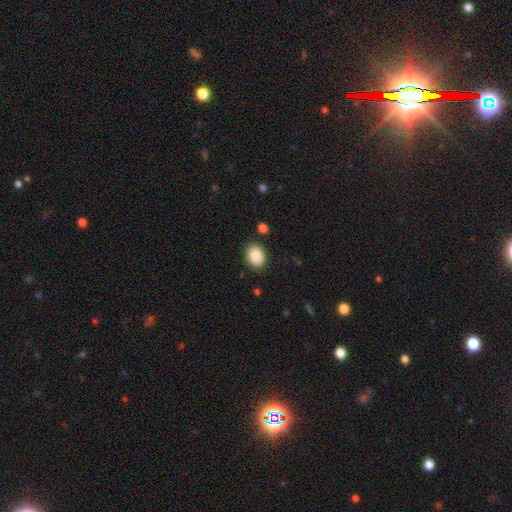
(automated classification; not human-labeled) A smooth galaxy with no disk features (87%) that is in between round and cigar-shaped (61%).

Vote fractions:
- Smooth or featured? smooth: 87% / star or artifact: 8% / featured or disk: 5%
- How rounded? in between: 61% / round: 38% / cigar-shaped: 1%
- Merging? none: 86% / minor disturbance: 10% / major disturbance: 2% / merger: 2%